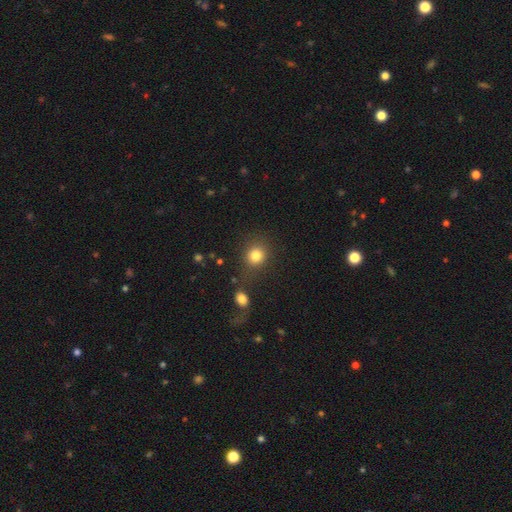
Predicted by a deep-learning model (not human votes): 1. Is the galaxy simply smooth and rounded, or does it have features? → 81% smooth, 12% star or artifact, 7% featured or disk.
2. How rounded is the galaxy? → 80% round, 19% in between, 1% cigar-shaped.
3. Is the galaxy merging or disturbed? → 72% none, 11% minor disturbance, 10% merger, 6% major disturbance.